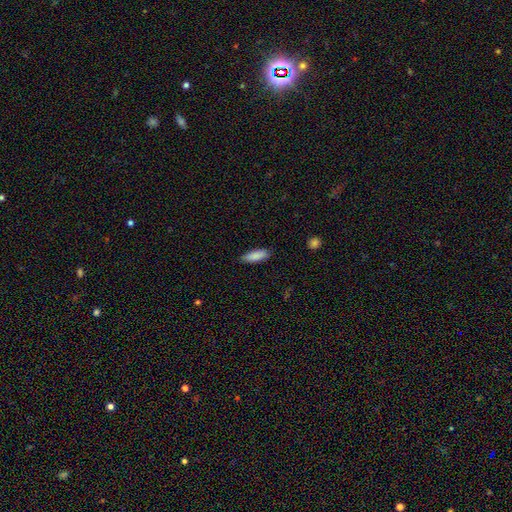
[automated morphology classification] Q: Smooth or featured?
A: smooth (87%); runner-up: star or artifact (6%)
Q: How rounded?
A: in between (57%); runner-up: cigar-shaped (41%)
Q: Merging?
A: none (85%); runner-up: minor disturbance (12%)